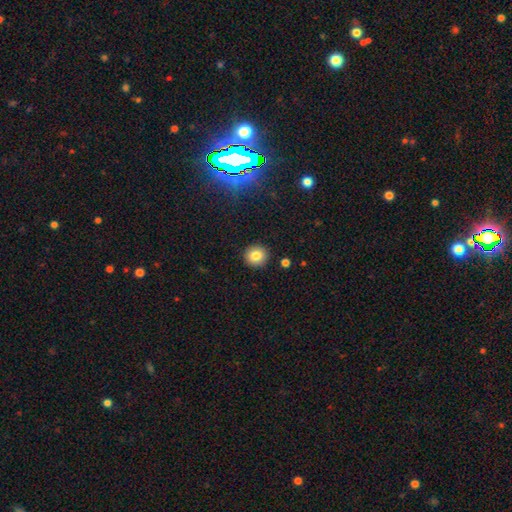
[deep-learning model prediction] Morphology: type=smooth (82%); roundness=round (91%); merging=none (91%).